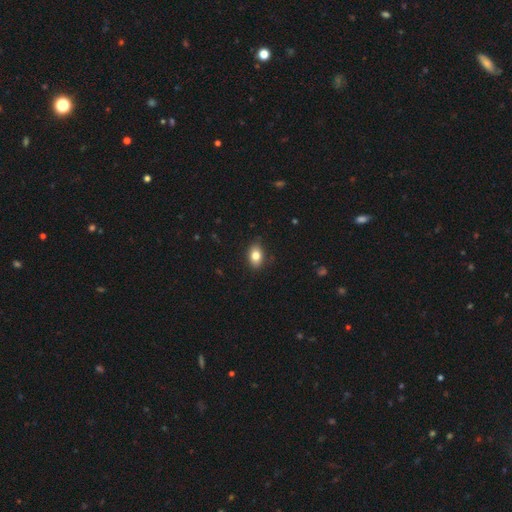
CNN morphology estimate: Smooth or featured?
  - smooth: 81% *
  - featured or disk: 10%
  - star or artifact: 9%
How rounded?
  - in between: 84% *
  - round: 15%
  - cigar-shaped: 2%
Merging?
  - none: 84% *
  - minor disturbance: 13%
  - major disturbance: 2%
  - merger: 1%